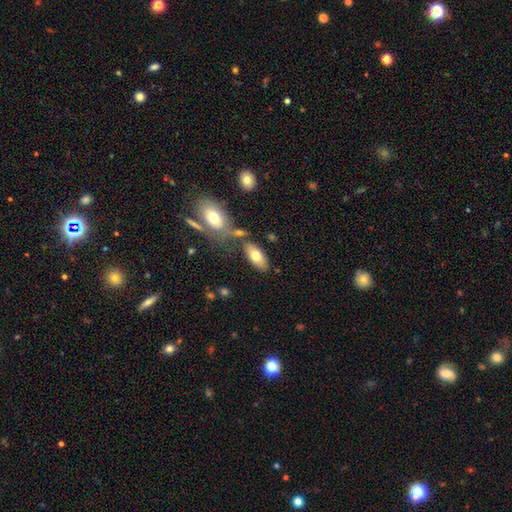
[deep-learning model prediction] smooth 73%, featured or disk 20%, star or artifact 7%. Down the decision tree: how rounded — in between (89%); merging — none (67%).